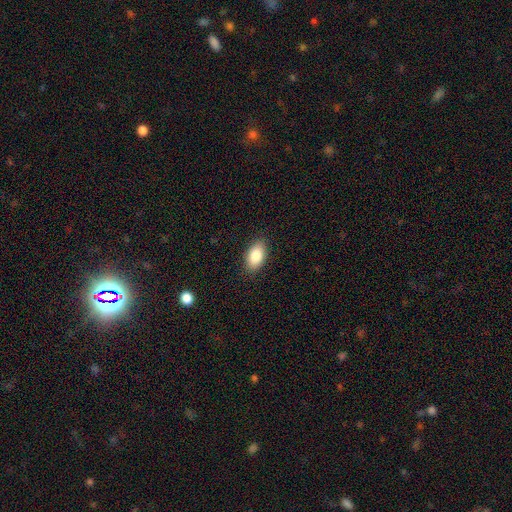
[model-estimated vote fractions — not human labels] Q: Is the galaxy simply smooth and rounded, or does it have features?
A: smooth — 85%.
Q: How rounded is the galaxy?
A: in between — 92%.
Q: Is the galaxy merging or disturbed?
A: none — 88%.